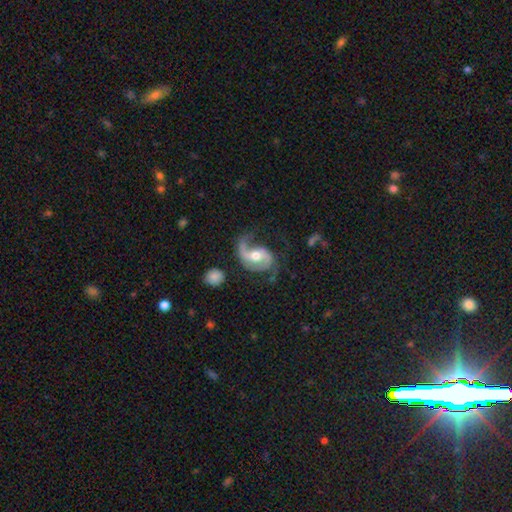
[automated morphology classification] Smooth or featured?
  - featured or disk: 87% *
  - smooth: 8%
  - star or artifact: 5%
Edge-on disk?
  - no: 98% *
  - yes: 2%
Bar?
  - weak: 41% *
  - no: 39%
  - strong: 20%
Spiral arms?
  - yes: 96% *
  - no: 4%
Spiral winding?
  - loose: 45% *
  - medium: 43%
  - tight: 12%
Spiral arm count?
  - 2: 75% *
  - 1: 18%
  - can't tell: 3%
  - 3: 2%
  - 4: 1%
  - more than 4: 1%
Bulge size?
  - moderate: 71% *
  - small: 19%
  - large: 7%
  - none: 1%
  - dominant: 1%
Merging?
  - none: 53% *
  - major disturbance: 23%
  - minor disturbance: 21%
  - merger: 3%